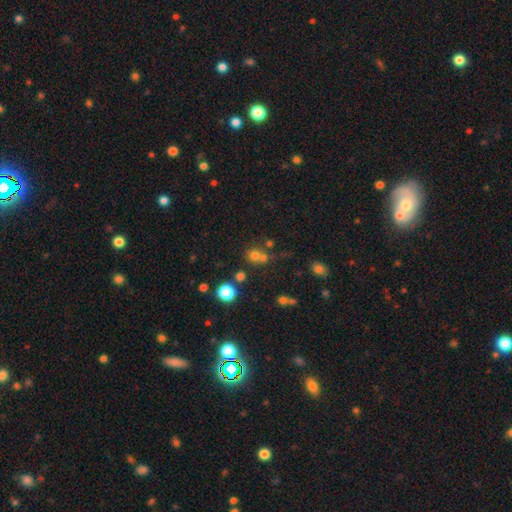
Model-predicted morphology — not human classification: type=smooth (66%); roundness=round (84%); merging=none (52%).